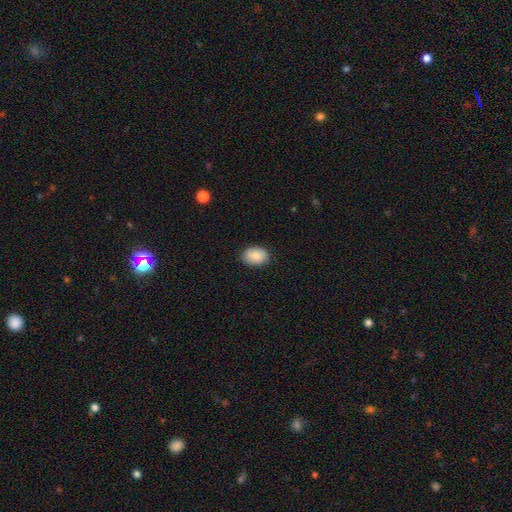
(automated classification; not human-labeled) smooth 85%, featured or disk 8%, star or artifact 7%. Down the decision tree: how rounded — in between (73%); merging — none (84%).